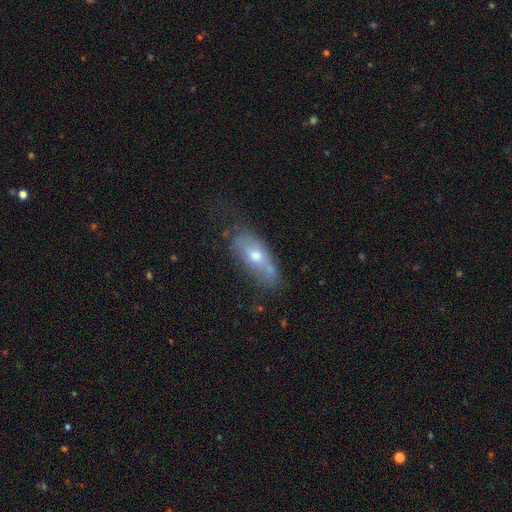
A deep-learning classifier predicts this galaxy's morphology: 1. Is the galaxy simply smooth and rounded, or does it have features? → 55% smooth, 37% featured or disk, 8% star or artifact.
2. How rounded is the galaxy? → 78% in between, 18% cigar-shaped, 4% round.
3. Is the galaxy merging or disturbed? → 42% none, 31% minor disturbance, 16% major disturbance, 11% merger.